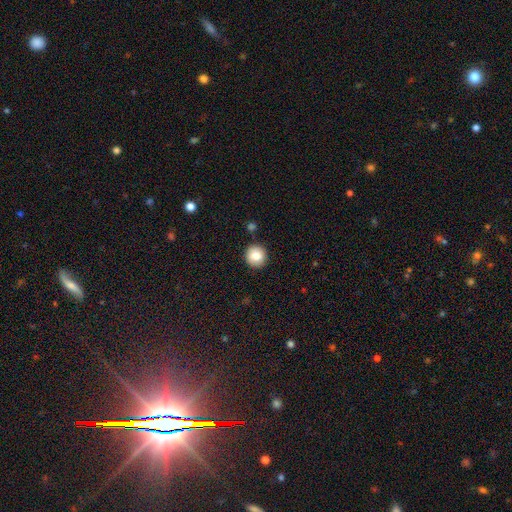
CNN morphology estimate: Smooth or featured?
  - smooth: 83% *
  - star or artifact: 9%
  - featured or disk: 8%
How rounded?
  - round: 94% *
  - in between: 5%
  - cigar-shaped: 1%
Merging?
  - none: 89% *
  - minor disturbance: 7%
  - merger: 2%
  - major disturbance: 2%